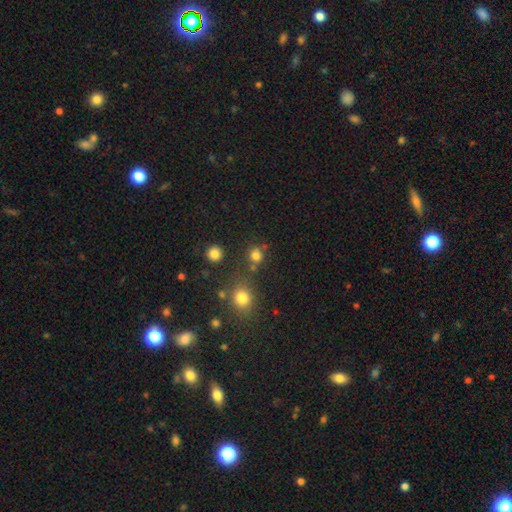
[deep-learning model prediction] Morphology: type=smooth (77%); roundness=round (87%); merging=none (71%).